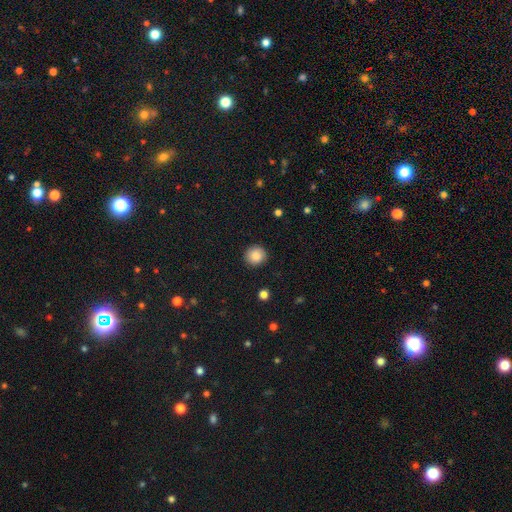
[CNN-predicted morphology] smooth 87%, star or artifact 9%, featured or disk 4%. Down the decision tree: how rounded — round (93%); merging — none (91%).